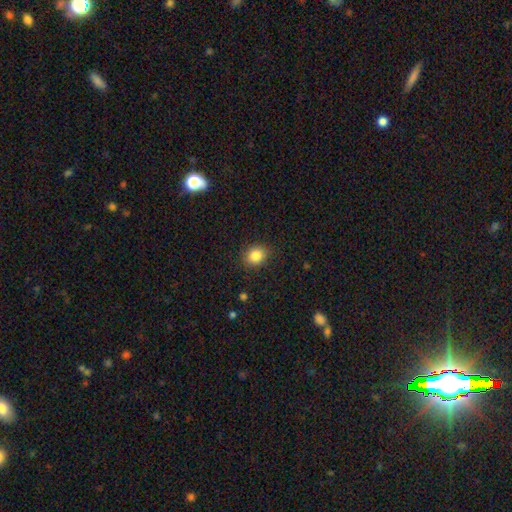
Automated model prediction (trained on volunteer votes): This appears to be a smooth galaxy with no disk features (85%) that is round (66%). Merging: none (87%).